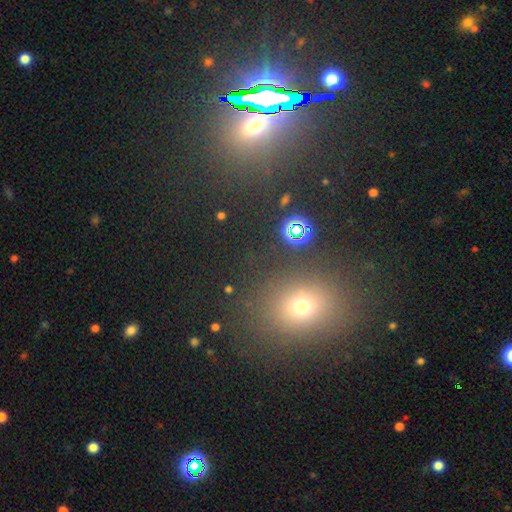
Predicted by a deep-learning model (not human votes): The model was most divided on "smooth or featured": star or artifact: 46%, smooth: 44%, featured or disk: 11%.